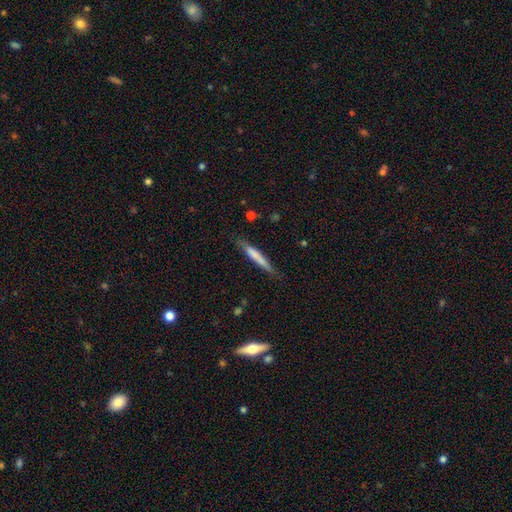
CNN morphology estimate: Q: Smooth or featured?
A: smooth (65%); runner-up: featured or disk (29%)
Q: How rounded?
A: cigar-shaped (93%); runner-up: in between (5%)
Q: Merging?
A: none (77%); runner-up: minor disturbance (18%)